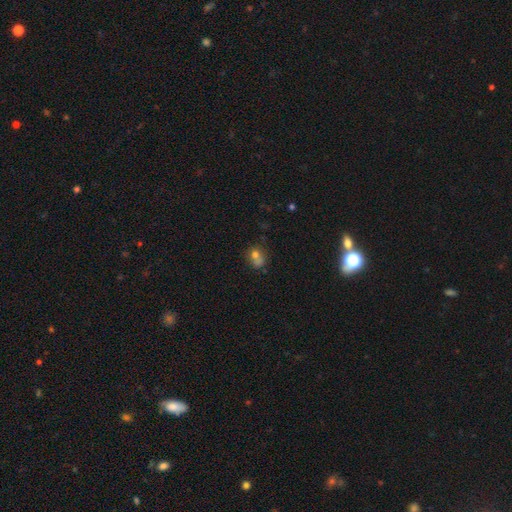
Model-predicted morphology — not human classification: A smooth galaxy with no disk features (69%) that is round (63%). Merging: none (39%).